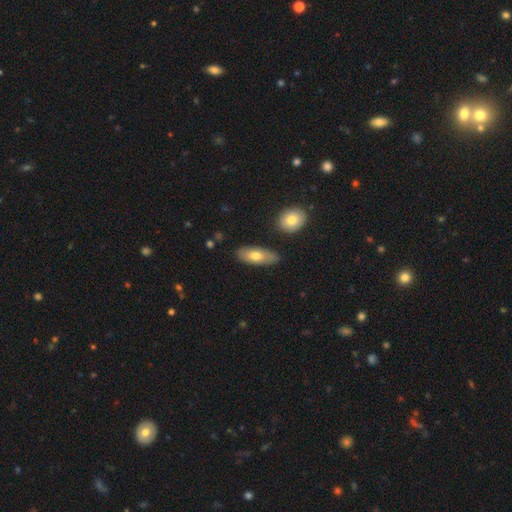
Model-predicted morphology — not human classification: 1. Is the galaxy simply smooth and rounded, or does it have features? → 69% smooth, 25% featured or disk, 6% star or artifact.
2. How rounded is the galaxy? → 79% in between, 18% cigar-shaped, 3% round.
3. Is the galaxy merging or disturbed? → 80% none, 14% minor disturbance, 3% merger, 3% major disturbance.